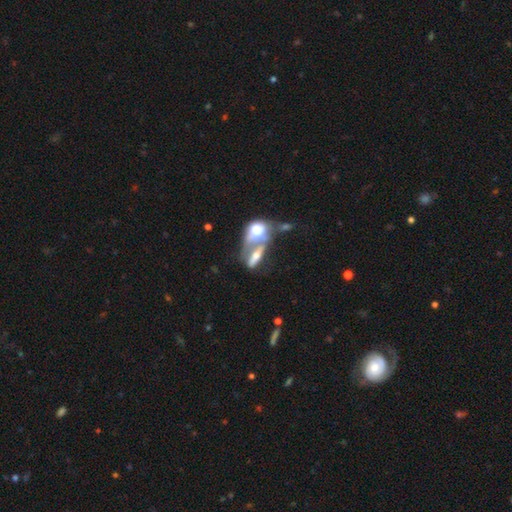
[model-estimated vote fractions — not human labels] Overall: smooth (45%, tied with featured or disk). Merging: merger (70%).